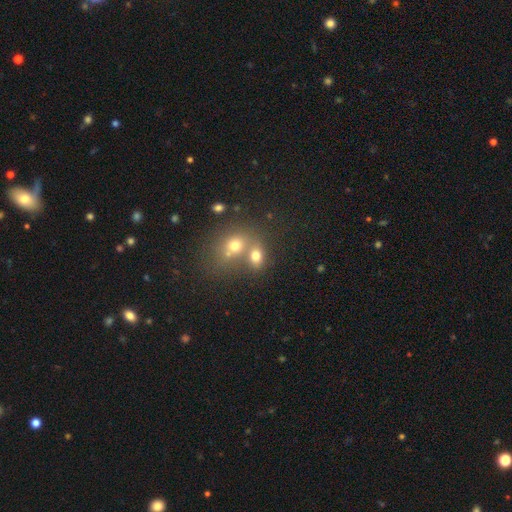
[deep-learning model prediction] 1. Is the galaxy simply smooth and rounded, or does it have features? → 72% smooth, 15% star or artifact, 14% featured or disk.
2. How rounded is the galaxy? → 57% in between, 41% round, 2% cigar-shaped.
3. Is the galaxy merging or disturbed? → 52% merger, 35% none, 9% minor disturbance, 5% major disturbance.